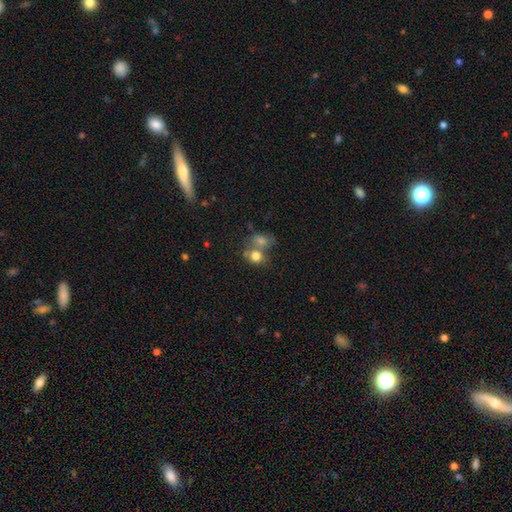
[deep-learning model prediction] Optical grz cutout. It shows a smooth galaxy with no disk features (75%) that is round (65%). Merging: merger (49%).